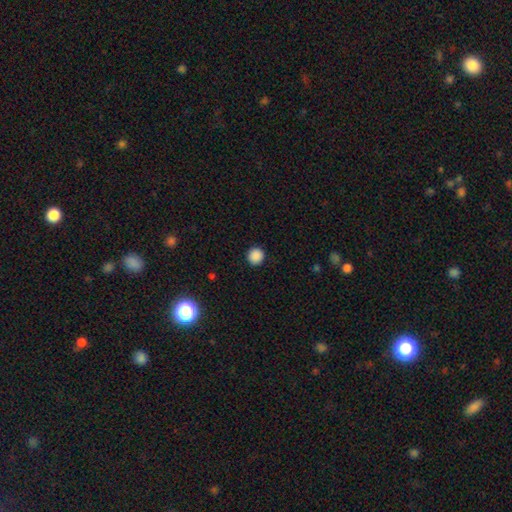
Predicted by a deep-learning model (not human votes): Smooth or featured?
  - smooth: 88% *
  - star or artifact: 10%
  - featured or disk: 2%
How rounded?
  - round: 94% *
  - in between: 5%
  - cigar-shaped: 1%
Merging?
  - none: 92% *
  - minor disturbance: 5%
  - major disturbance: 2%
  - merger: 1%